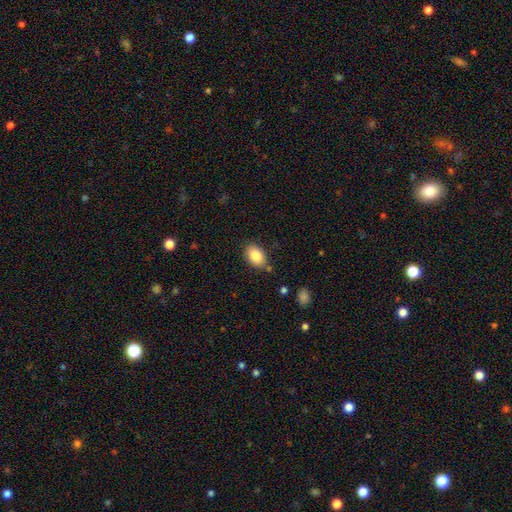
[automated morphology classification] This appears to be a smooth galaxy with no disk features (86%) that is in between round and cigar-shaped (86%). Merging: none (80%).